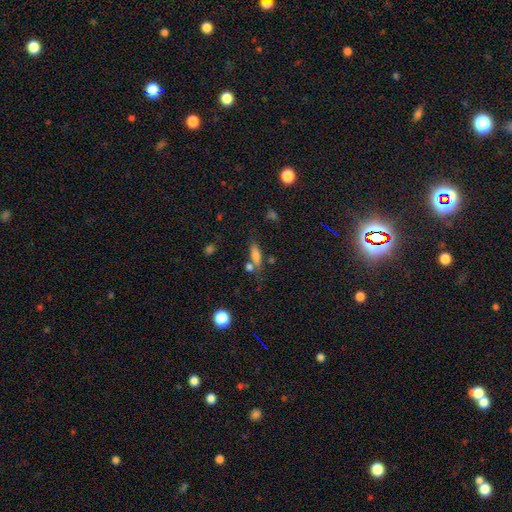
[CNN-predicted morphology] A smooth galaxy with no disk features (74%) that is in between round and cigar-shaped (48%).

Vote fractions:
- Smooth or featured? smooth: 74% / featured or disk: 14% / star or artifact: 12%
- How rounded? in between: 48% / cigar-shaped: 47% / round: 5%
- Merging? none: 59% / merger: 18% / minor disturbance: 16% / major disturbance: 6%